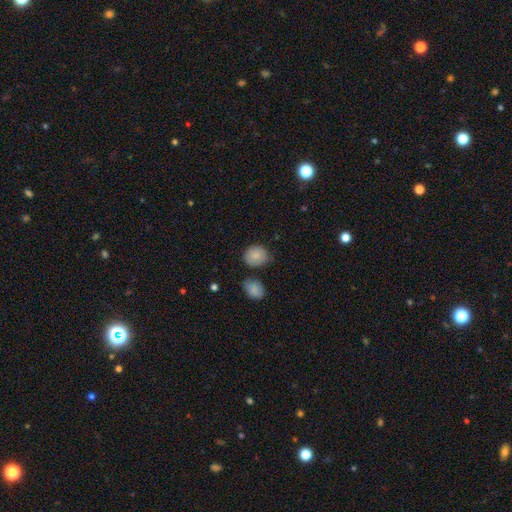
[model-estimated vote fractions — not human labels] Morphology: type=smooth (86%); roundness=round (67%); merging=none (67%).